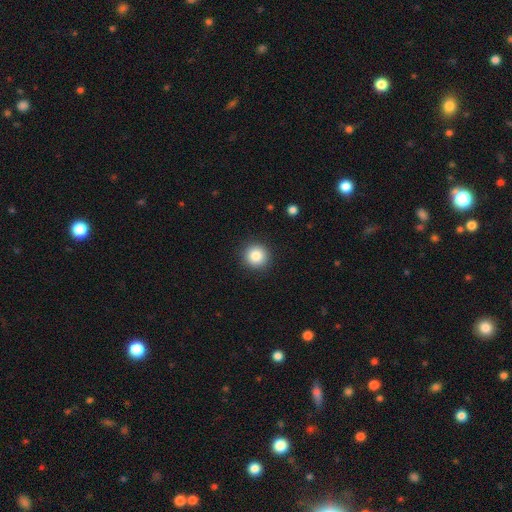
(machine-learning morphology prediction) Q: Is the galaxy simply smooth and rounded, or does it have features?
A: smooth — 85%.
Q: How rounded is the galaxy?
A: round — 95%.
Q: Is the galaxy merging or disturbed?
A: none — 92%.